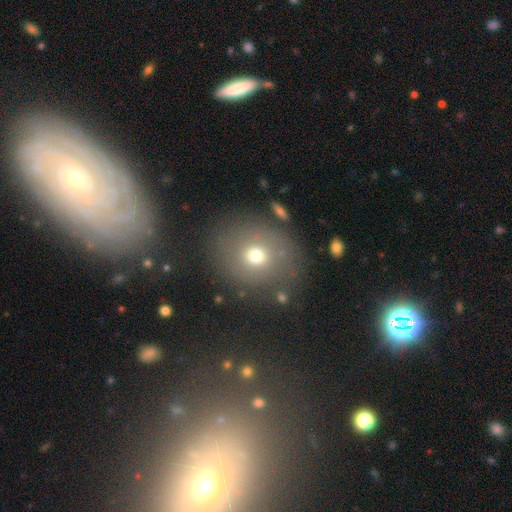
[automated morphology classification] type=smooth (69%); roundness=round (74%); merging=none (78%).